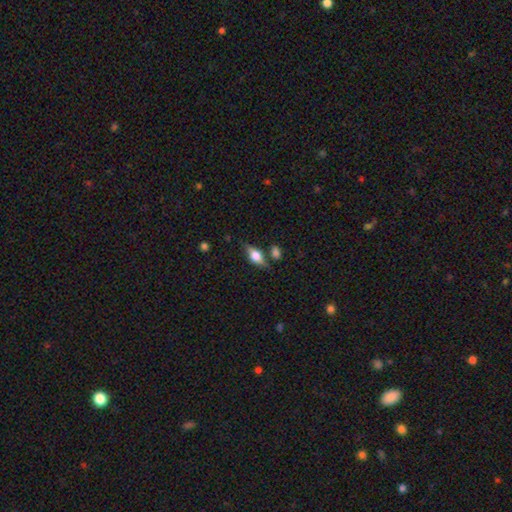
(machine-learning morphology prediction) This appears to be a smooth galaxy with no disk features (49%). Merging: none (71%).